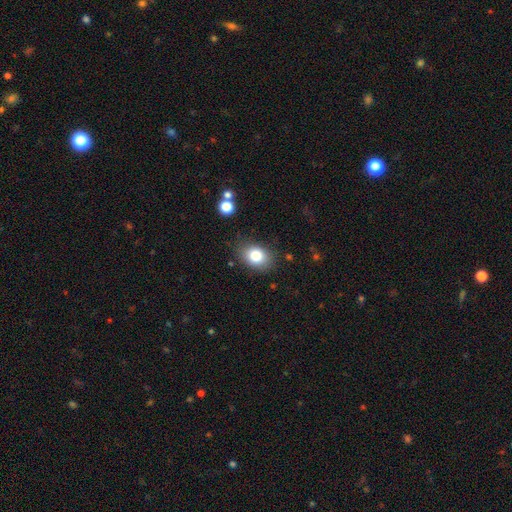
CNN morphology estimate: Smooth or featured? Predicted: smooth (p=0.81). How rounded? Predicted: in between (p=0.64). Merging? Predicted: none (p=0.80).